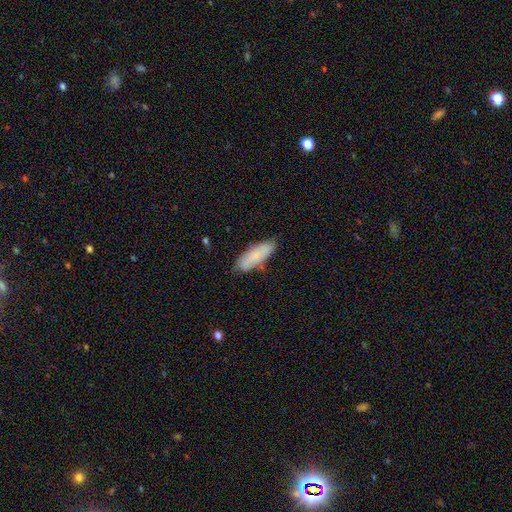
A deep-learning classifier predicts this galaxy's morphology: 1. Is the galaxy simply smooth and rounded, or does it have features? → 77% smooth, 16% featured or disk, 6% star or artifact.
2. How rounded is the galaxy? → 59% in between, 40% cigar-shaped, 2% round.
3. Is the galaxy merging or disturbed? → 75% none, 19% minor disturbance, 3% major disturbance, 2% merger.